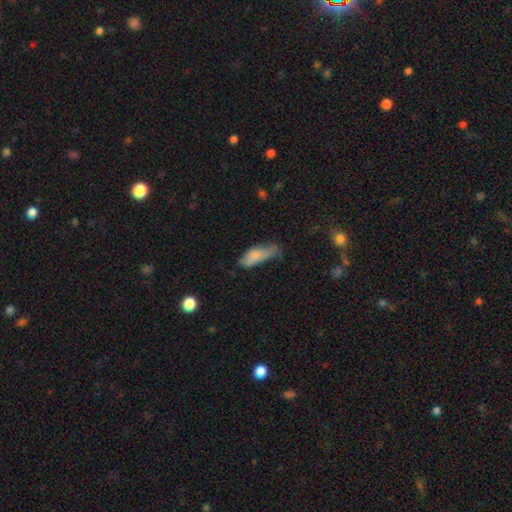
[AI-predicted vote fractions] Smooth or featured: smooth — 75% (featured or disk — 17%)
How rounded: in between — 69% (cigar-shaped — 29%)
Merging: minor disturbance — 39% (none — 38%)